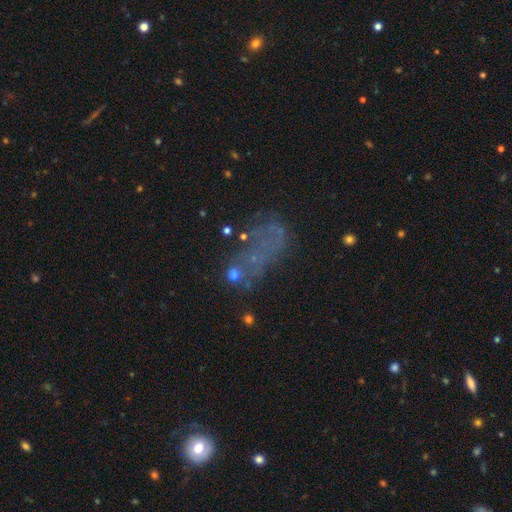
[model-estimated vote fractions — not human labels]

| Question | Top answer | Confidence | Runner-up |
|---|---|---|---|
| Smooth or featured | star or artifact | 39% | smooth (33%) |